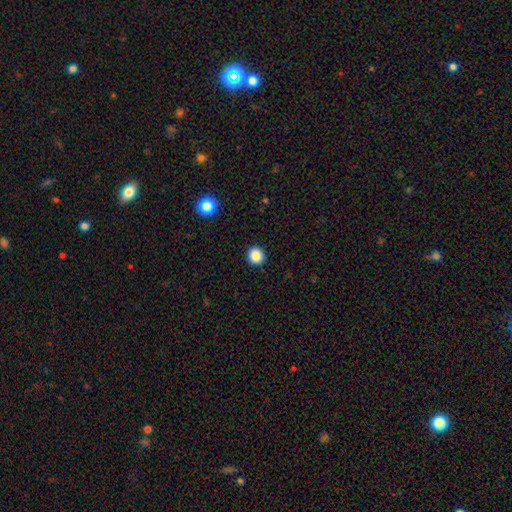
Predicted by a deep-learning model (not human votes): The model was most divided on "smooth or featured": smooth: 86%, star or artifact: 11%, featured or disk: 3%. More confident: how rounded — round (95%); merging — none (93%).